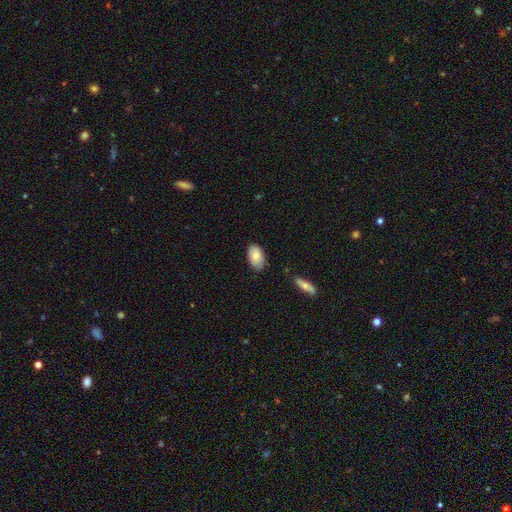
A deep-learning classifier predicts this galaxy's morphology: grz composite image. It shows a smooth galaxy with no disk features (83%) that is in between round and cigar-shaped (94%). Merging: none (80%).